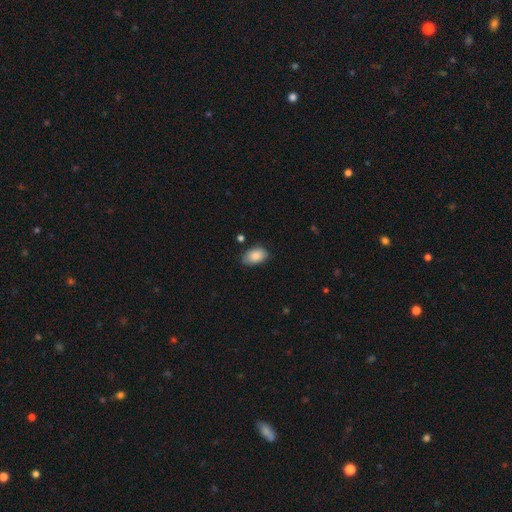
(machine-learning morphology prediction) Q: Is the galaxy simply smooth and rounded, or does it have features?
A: smooth — 87%.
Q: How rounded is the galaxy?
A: in between — 91%.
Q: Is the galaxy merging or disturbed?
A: none — 75%.